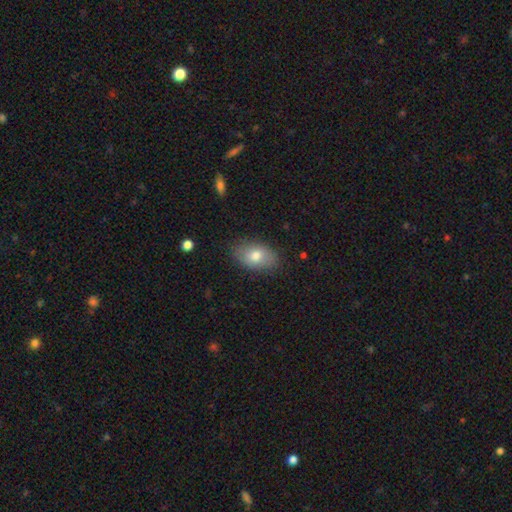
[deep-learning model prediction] A smooth galaxy with no disk features (76%) that is in between round and cigar-shaped (89%).

Vote fractions:
- Smooth or featured? smooth: 76% / featured or disk: 16% / star or artifact: 8%
- How rounded? in between: 89% / round: 9% / cigar-shaped: 2%
- Merging? none: 82% / minor disturbance: 13% / major disturbance: 3% / merger: 1%